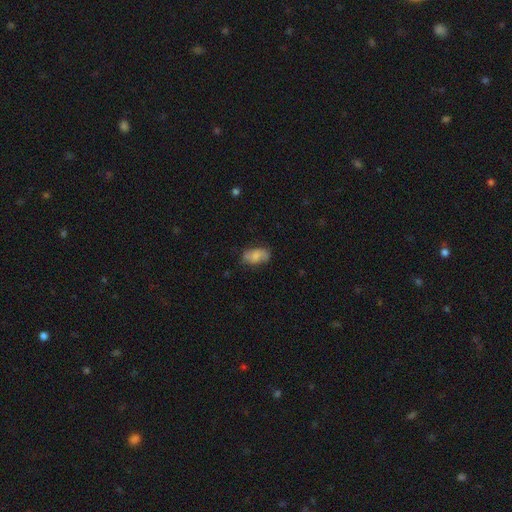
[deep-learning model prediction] A smooth galaxy with no disk features (72%) that is in between round and cigar-shaped (91%).

Vote fractions:
- Smooth or featured? smooth: 72% / featured or disk: 20% / star or artifact: 8%
- How rounded? in between: 91% / round: 6% / cigar-shaped: 3%
- Merging? none: 66% / minor disturbance: 25% / major disturbance: 7% / merger: 2%